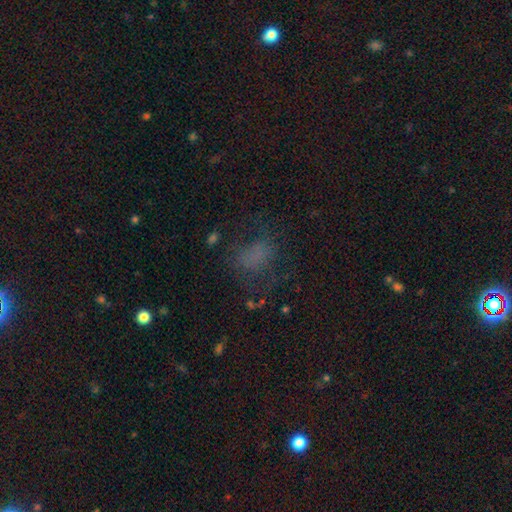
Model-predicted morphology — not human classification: Smooth or featured?
  - smooth: 55% *
  - star or artifact: 25%
  - featured or disk: 20%
How rounded?
  - in between: 64% *
  - round: 34%
  - cigar-shaped: 2%
Merging?
  - none: 51% *
  - major disturbance: 26%
  - minor disturbance: 20%
  - merger: 3%